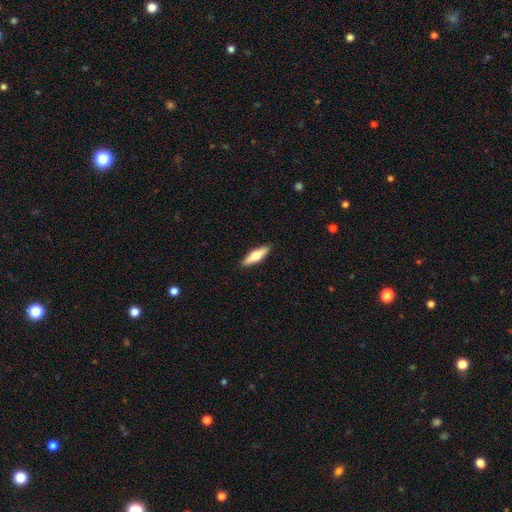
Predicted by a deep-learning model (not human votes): Smooth or featured?
  - smooth: 53% *
  - featured or disk: 41%
  - star or artifact: 5%
How rounded?
  - cigar-shaped: 63% *
  - in between: 35%
  - round: 2%
Merging?
  - none: 90% *
  - minor disturbance: 7%
  - major disturbance: 2%
  - merger: 1%